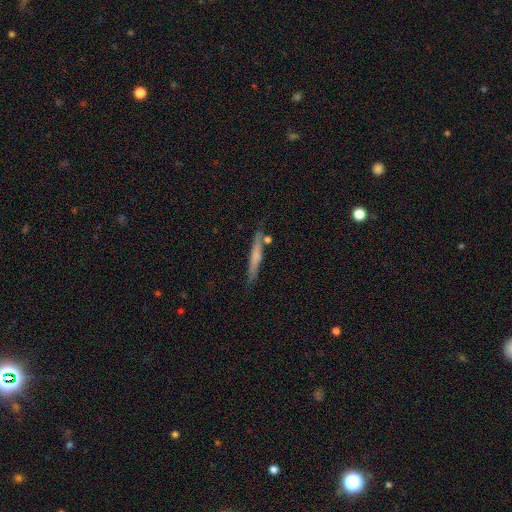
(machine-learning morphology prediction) This is possibly a smooth galaxy (55%). How rounded: clearly cigar-shaped (95%). Merging: likely none (78%).